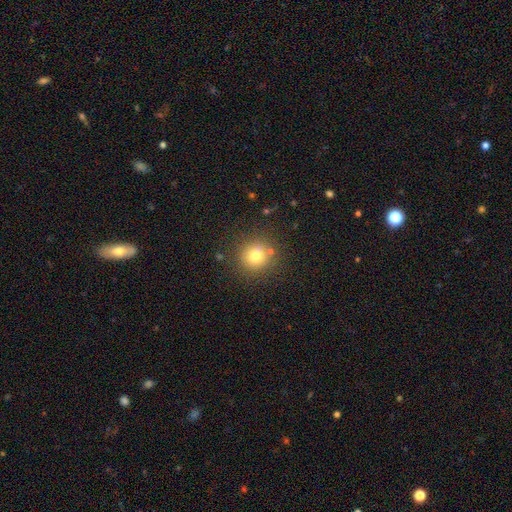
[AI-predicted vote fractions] Overall: smooth (75%). How rounded: round (91%). Merging: none (82%).